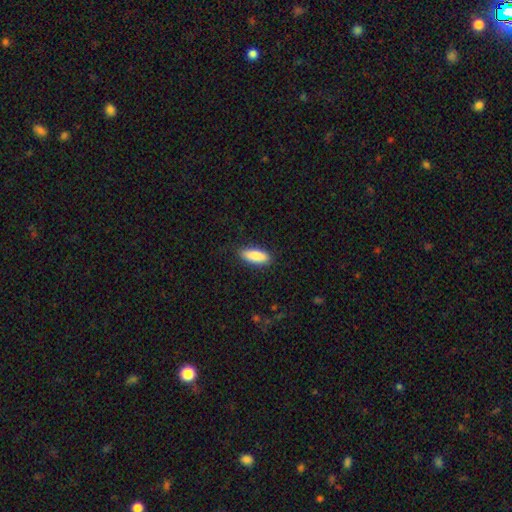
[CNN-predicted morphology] smooth-or-featured: smooth: 88% | featured or disk: 6% | star or artifact: 6%
  how-rounded: in between: 73% | cigar-shaped: 25% | round: 2%
  merging: none: 86% | minor disturbance: 11% | major disturbance: 3% | merger: 1%